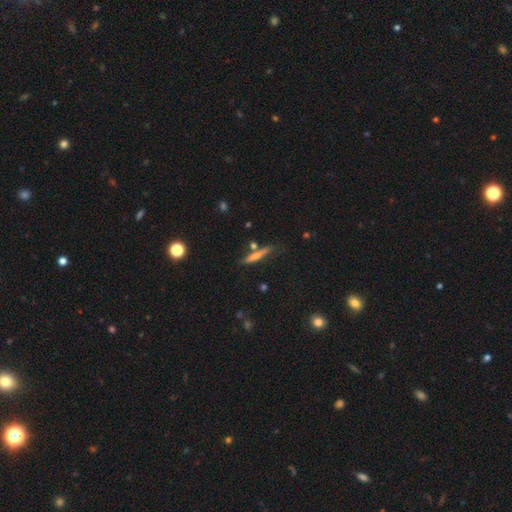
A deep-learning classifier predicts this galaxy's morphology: This is possibly a smooth galaxy (51%). How rounded: clearly cigar-shaped (90%). Merging: likely none (75%).